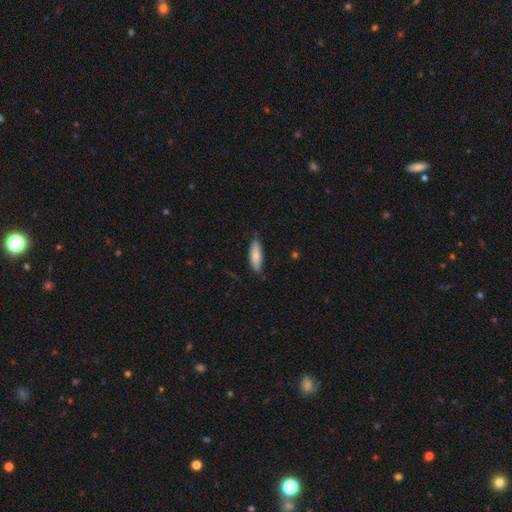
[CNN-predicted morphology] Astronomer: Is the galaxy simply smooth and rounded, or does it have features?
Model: smooth — 78%.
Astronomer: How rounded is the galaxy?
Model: in between — 53% (runner-up: cigar-shaped, 45%).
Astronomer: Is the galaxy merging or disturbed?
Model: none — 79%.